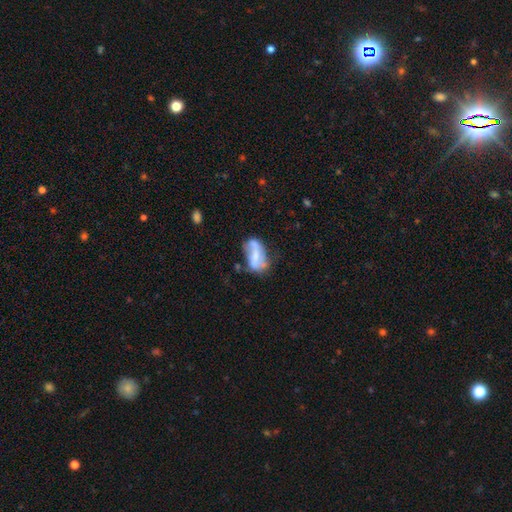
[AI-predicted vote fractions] Overall: featured or disk (54%; smooth 38%). Edge-on disk: no (95%). Bar: weak (34%; strong 33%). Spiral arms: yes (64%; no 36%). Bulge size: none (34%, tied with small). Merging: none (47%; minor disturbance 28%).